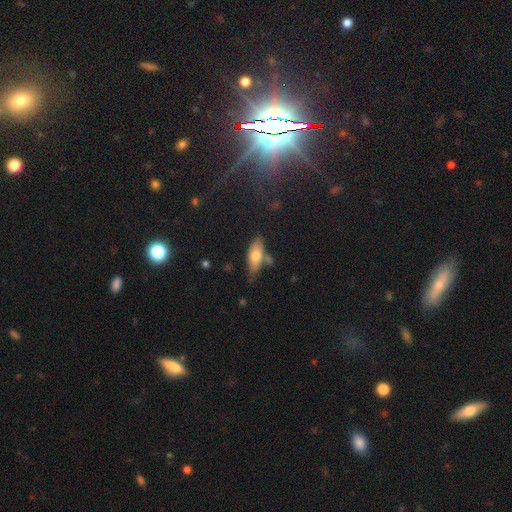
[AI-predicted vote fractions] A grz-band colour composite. It shows a smooth galaxy with no disk features (70%) that is in between round and cigar-shaped (75%). Merging: none (64%).